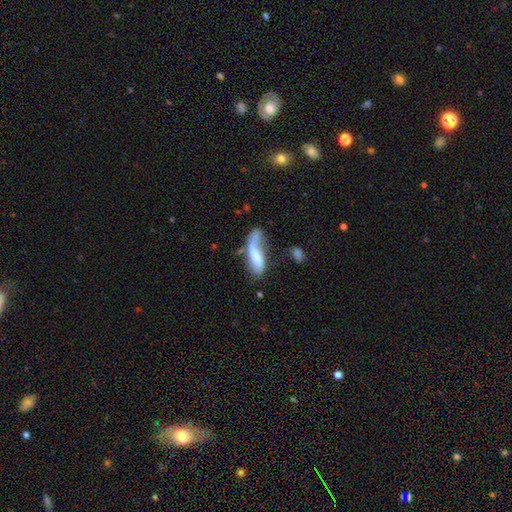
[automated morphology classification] Smooth or featured?
  - smooth: 57% *
  - featured or disk: 36%
  - star or artifact: 7%
How rounded?
  - in between: 56% *
  - cigar-shaped: 42%
  - round: 3%
Merging?
  - major disturbance: 30% *
  - none: 28%
  - minor disturbance: 24%
  - merger: 18%